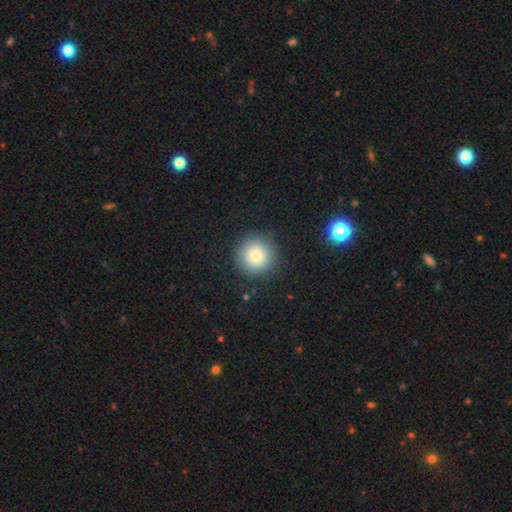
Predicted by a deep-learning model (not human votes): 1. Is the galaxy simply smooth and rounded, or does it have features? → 80% smooth, 11% star or artifact, 9% featured or disk.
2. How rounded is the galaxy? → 95% round, 4% in between, 1% cigar-shaped.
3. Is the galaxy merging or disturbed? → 89% none, 7% minor disturbance, 3% major disturbance, 1% merger.